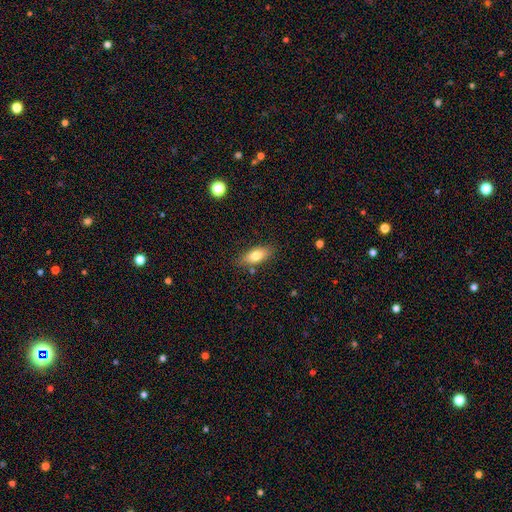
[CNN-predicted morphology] Smooth or featured? Predicted: smooth (p=0.76). How rounded? Predicted: in between (p=0.80). Merging? Predicted: none (p=0.81).